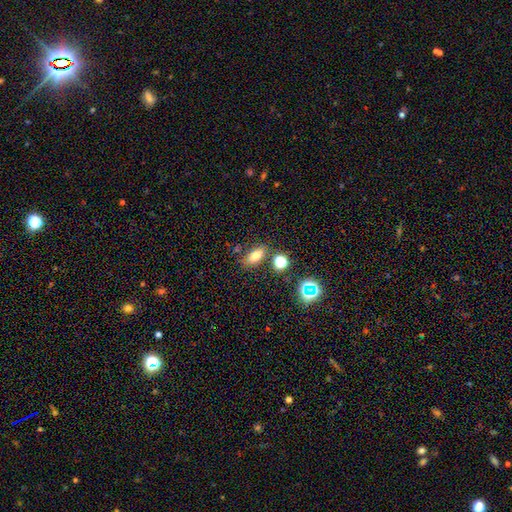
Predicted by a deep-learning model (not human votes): This is likely a smooth galaxy (71%). How rounded: likely in between (76%). Merging: likely none (77%).